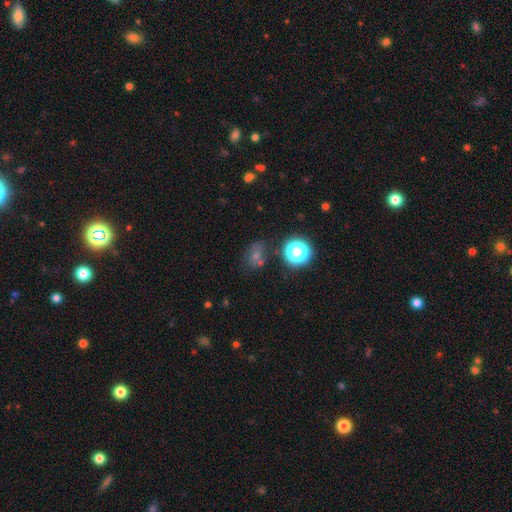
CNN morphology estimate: smooth_or_featured: smooth (p=0.49) [alt: star or artifact p=0.38]
merging: none (p=0.67) [alt: minor disturbance p=0.16]